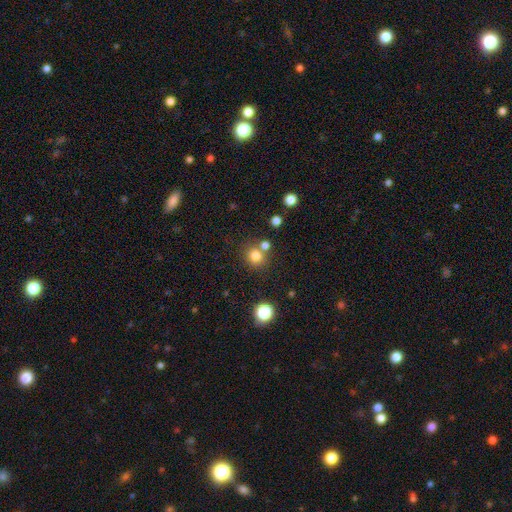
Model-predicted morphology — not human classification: The model was most divided on "merging": none: 70%, merger: 18%, minor disturbance: 8%, major disturbance: 3%. More confident: how rounded — round (87%); smooth or featured — smooth (79%).